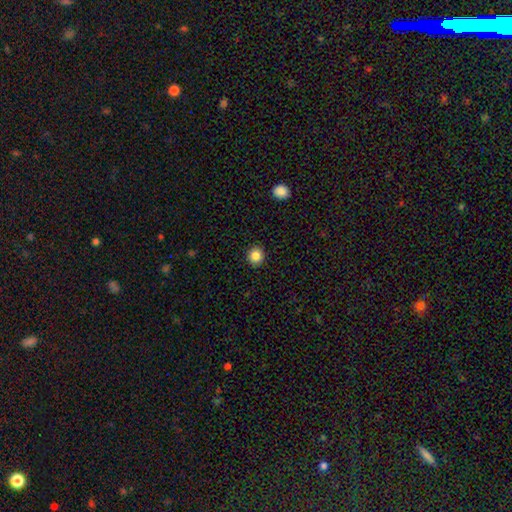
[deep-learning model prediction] The model was most divided on "smooth or featured": smooth: 85%, star or artifact: 10%, featured or disk: 4%. More confident: merging — none (92%); how rounded — round (91%).